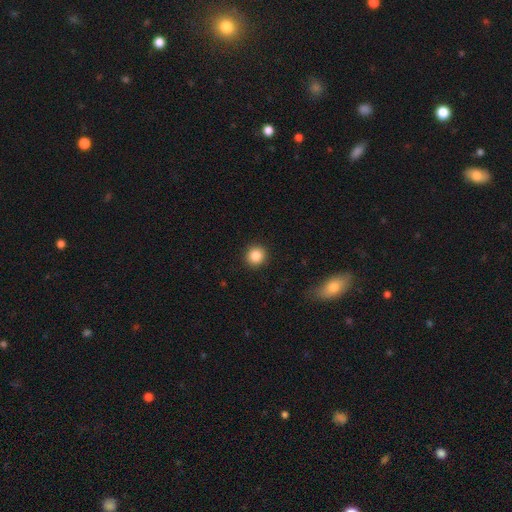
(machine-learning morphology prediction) A smooth galaxy with no disk features (86%) that is round (91%).

Vote fractions:
- Smooth or featured? smooth: 86% / star or artifact: 10% / featured or disk: 5%
- How rounded? round: 91% / in between: 8% / cigar-shaped: 1%
- Merging? none: 92% / minor disturbance: 5% / major disturbance: 2% / merger: 1%